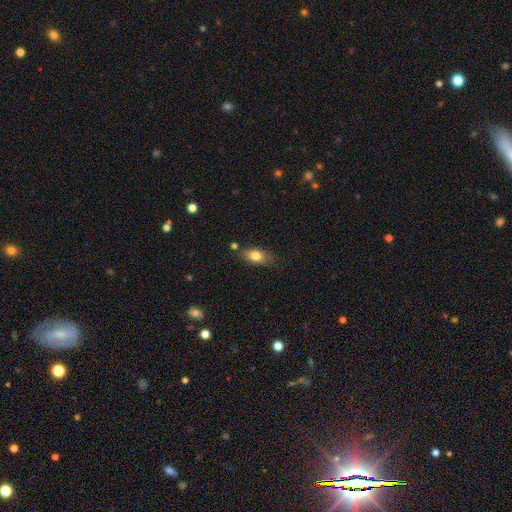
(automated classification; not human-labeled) Q: Smooth or featured?
A: smooth (78%); runner-up: featured or disk (13%)
Q: How rounded?
A: in between (80%); runner-up: round (12%)
Q: Merging?
A: none (72%); runner-up: minor disturbance (18%)